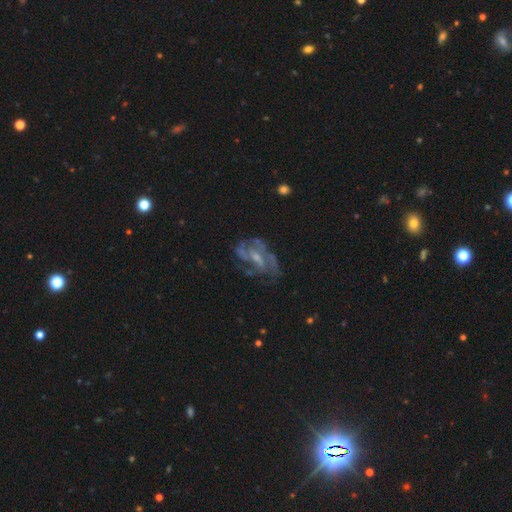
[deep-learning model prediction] A featured or disk galaxy (76%) with no bar (47%), medium (45%) spiral arms (78%) and a small central bulge (54%). Merging: none (55%).